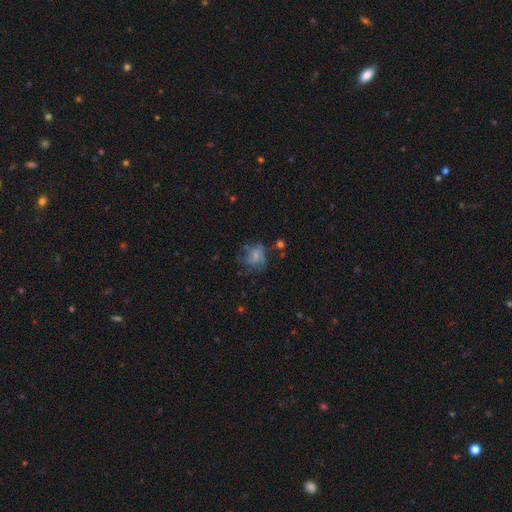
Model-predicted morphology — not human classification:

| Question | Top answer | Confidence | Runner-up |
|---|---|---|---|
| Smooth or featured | featured or disk | 43% | smooth (42%) |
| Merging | none | 43% | major disturbance (29%) |